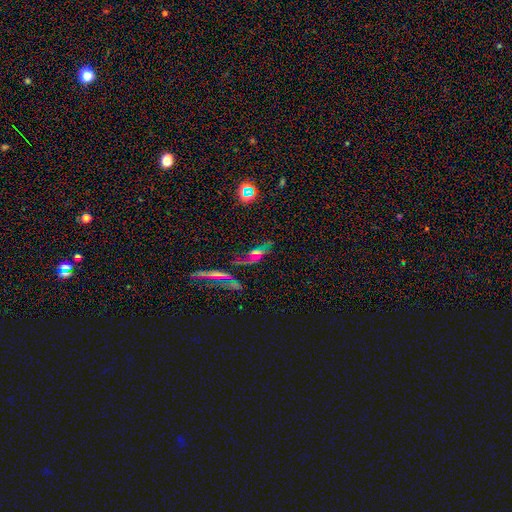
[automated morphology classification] featured or disk 51%, smooth 25%, star or artifact 24%. Down the decision tree: edge-on disk — no (72%); merging — none (32%).